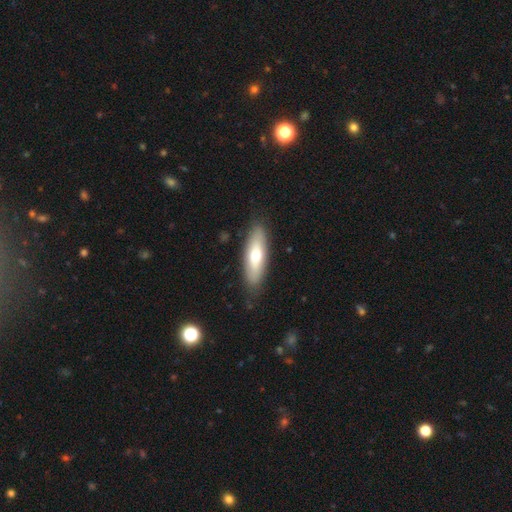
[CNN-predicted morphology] This is likely a smooth galaxy (62%). How rounded: possibly in between (56%). Merging: clearly none (85%).